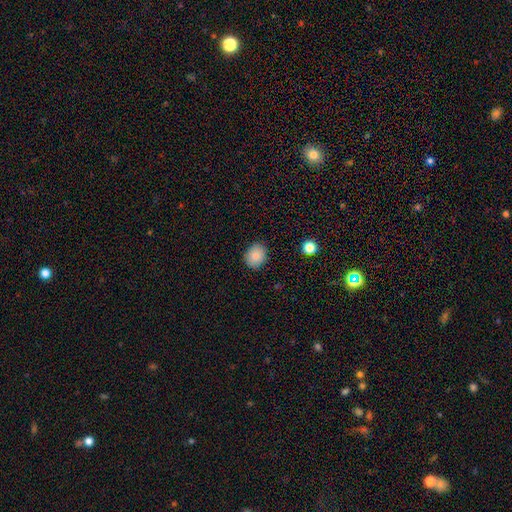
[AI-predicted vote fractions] Smooth or featured?
  - smooth: 86% *
  - star or artifact: 9%
  - featured or disk: 5%
How rounded?
  - round: 56% *
  - in between: 43%
  - cigar-shaped: 1%
Merging?
  - none: 87% *
  - minor disturbance: 10%
  - major disturbance: 2%
  - merger: 1%